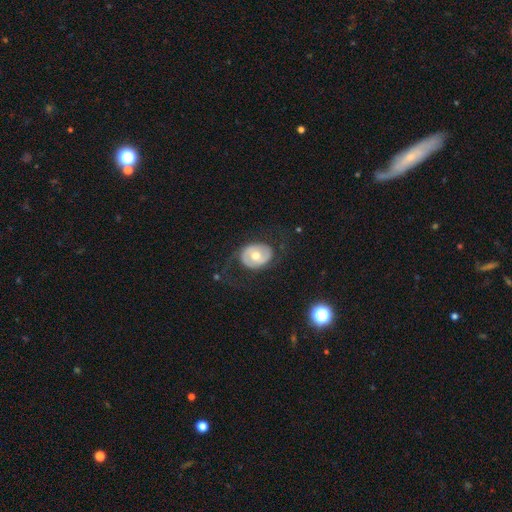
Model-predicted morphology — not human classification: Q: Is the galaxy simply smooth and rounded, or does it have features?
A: featured or disk — 58%.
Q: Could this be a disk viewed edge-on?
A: no — 96%.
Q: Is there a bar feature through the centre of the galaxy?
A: no — 59%.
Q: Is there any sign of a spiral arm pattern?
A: yes — 53%.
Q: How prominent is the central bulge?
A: moderate — 76%.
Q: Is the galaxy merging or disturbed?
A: none — 64%.